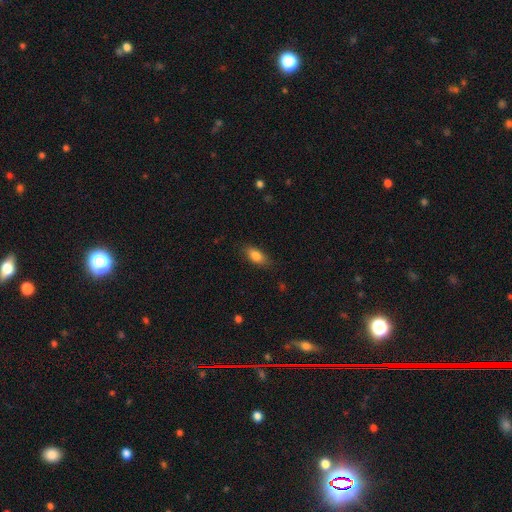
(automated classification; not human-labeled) Smooth or featured? Predicted: smooth (p=0.81). How rounded? Predicted: in between (p=0.84). Merging? Predicted: none (p=0.82).